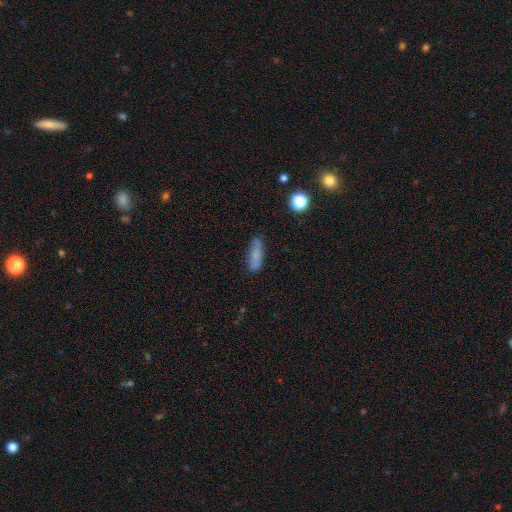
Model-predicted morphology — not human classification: The model was most divided on "how rounded": cigar-shaped: 54%, in between: 43%, round: 3%. More confident: merging — none (77%); smooth or featured — smooth (75%).